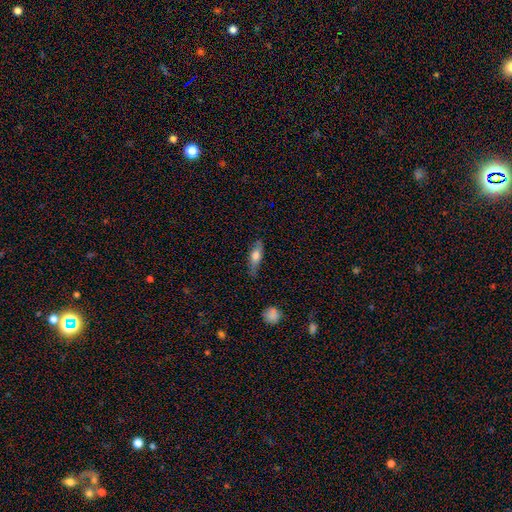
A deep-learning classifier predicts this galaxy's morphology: The model was most divided on "how rounded": in between: 49%, cigar-shaped: 47%, round: 3%. More confident: merging — none (73%); smooth or featured — smooth (63%).